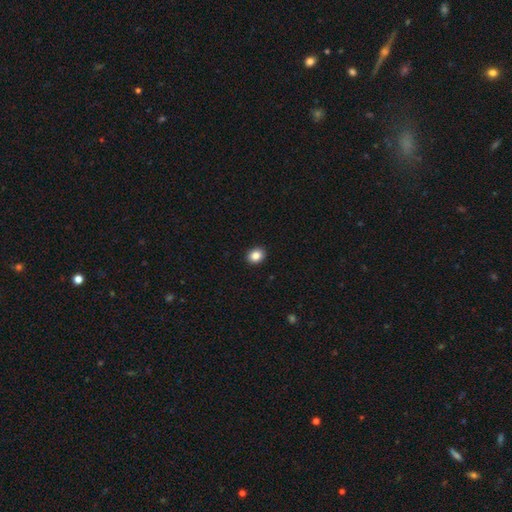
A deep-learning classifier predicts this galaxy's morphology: type=smooth (86%); roundness=round (50%); merging=none (92%).